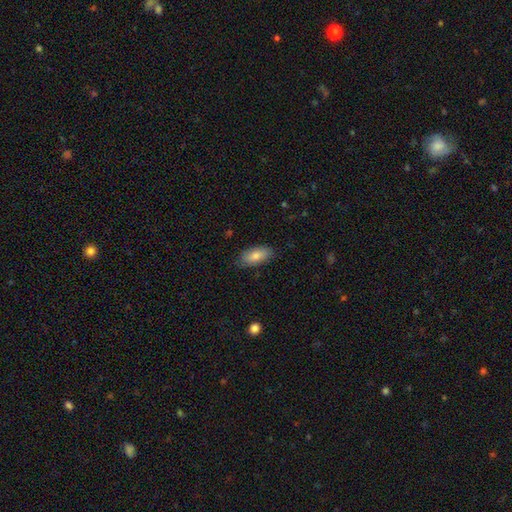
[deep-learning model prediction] Smooth or featured? smooth (77%)
How rounded? in between (87%)
Merging? none (81%)